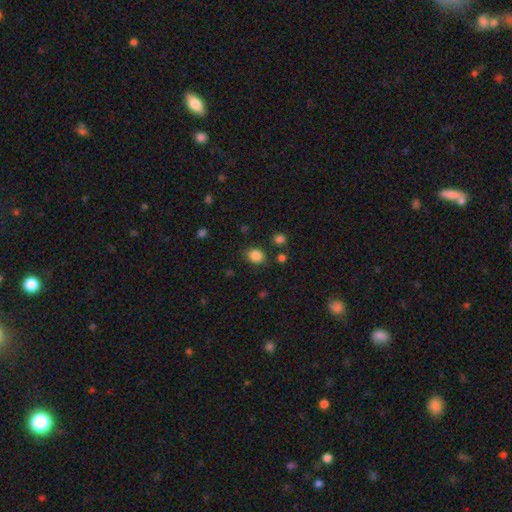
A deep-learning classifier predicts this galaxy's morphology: Q: Smooth or featured?
A: smooth (84%); runner-up: star or artifact (11%)
Q: How rounded?
A: round (57%); runner-up: in between (42%)
Q: Merging?
A: none (82%); runner-up: minor disturbance (11%)